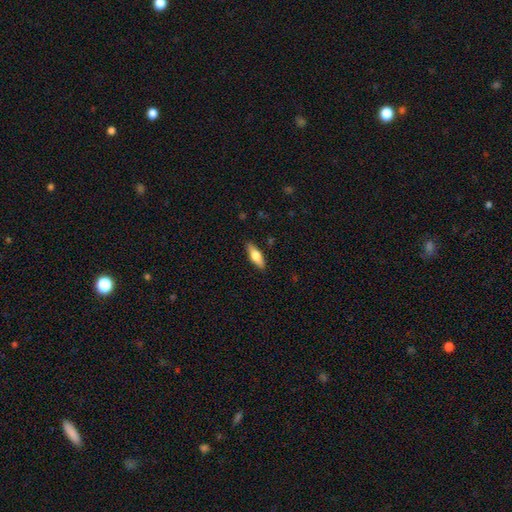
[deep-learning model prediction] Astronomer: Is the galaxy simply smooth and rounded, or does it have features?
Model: smooth — 66%.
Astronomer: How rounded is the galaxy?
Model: in between — 58% (runner-up: cigar-shaped, 40%).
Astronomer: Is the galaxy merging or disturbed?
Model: none — 87%.